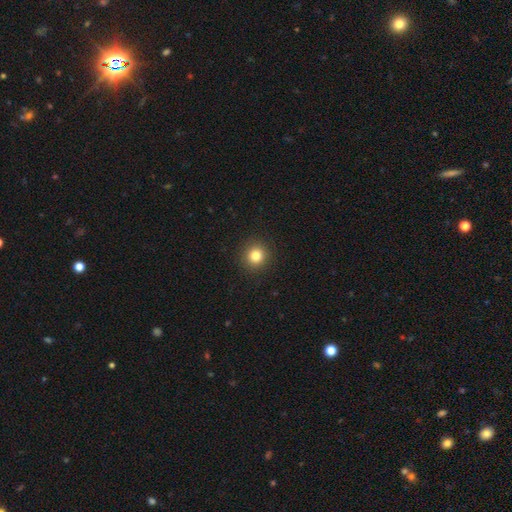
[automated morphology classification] type=smooth (82%); roundness=round (93%); merging=none (92%).